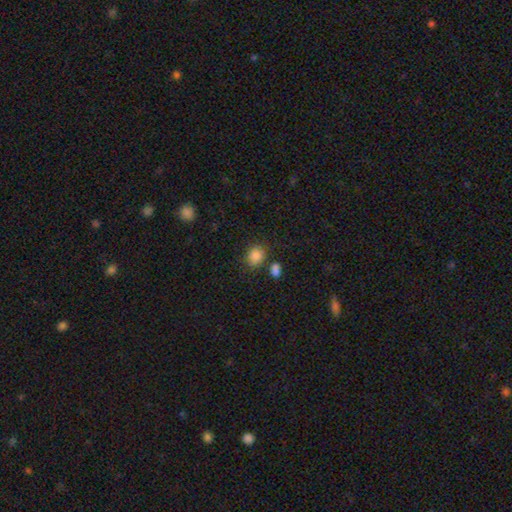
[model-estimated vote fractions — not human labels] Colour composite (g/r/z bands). It shows a smooth galaxy with no disk features (85%) that is round (64%). Merging: none (72%).